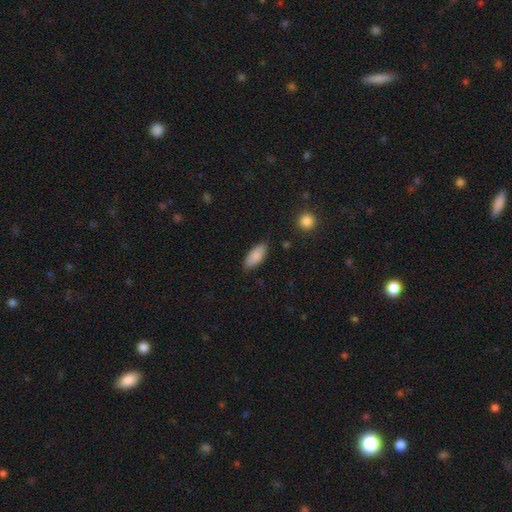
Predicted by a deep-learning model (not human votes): smooth 87%, featured or disk 7%, star or artifact 6%. Down the decision tree: how rounded — in between (83%); merging — none (81%).